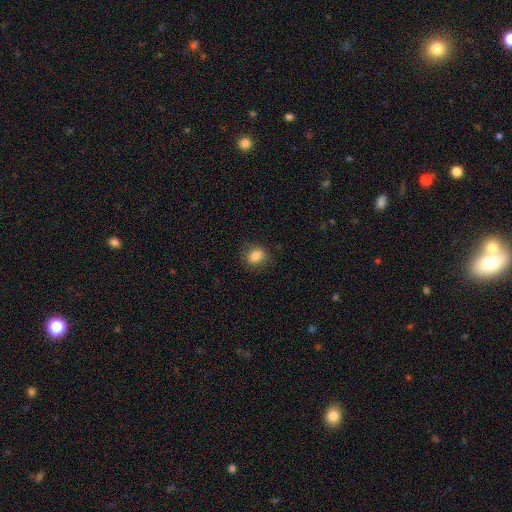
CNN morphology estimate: The model was most divided on "how rounded": in between: 54%, round: 44%, cigar-shaped: 1%. More confident: smooth or featured — smooth (83%); merging — none (81%).